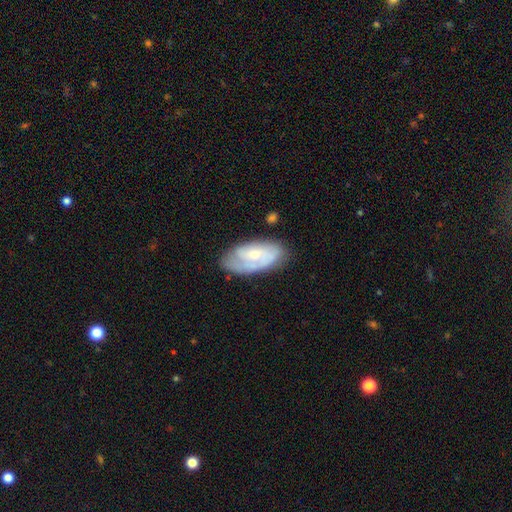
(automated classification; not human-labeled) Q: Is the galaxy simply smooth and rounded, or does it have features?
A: featured or disk — 61%.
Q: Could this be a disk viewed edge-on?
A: no — 93%.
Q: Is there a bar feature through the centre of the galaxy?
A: no — 65%.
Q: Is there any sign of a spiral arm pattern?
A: yes — 80%.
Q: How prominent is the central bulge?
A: small — 59%.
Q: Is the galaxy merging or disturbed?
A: none — 66%.